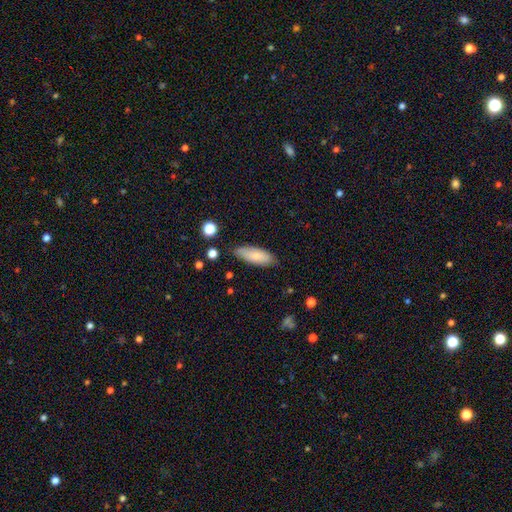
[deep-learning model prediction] A smooth galaxy with no disk features (76%) that is in between round and cigar-shaped (71%).

Vote fractions:
- Smooth or featured? smooth: 76% / featured or disk: 17% / star or artifact: 6%
- How rounded? in between: 71% / cigar-shaped: 27% / round: 2%
- Merging? none: 78% / minor disturbance: 17% / major disturbance: 3% / merger: 2%